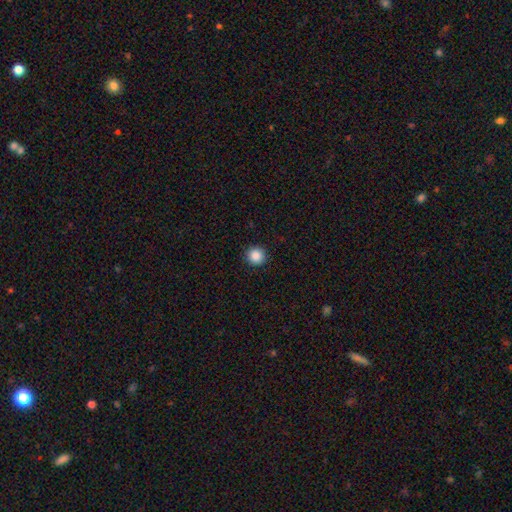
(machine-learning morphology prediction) Smooth or featured?
  - smooth: 88% *
  - star or artifact: 10%
  - featured or disk: 3%
How rounded?
  - round: 96% *
  - in between: 3%
  - cigar-shaped: 1%
Merging?
  - none: 93% *
  - minor disturbance: 5%
  - major disturbance: 2%
  - merger: 1%